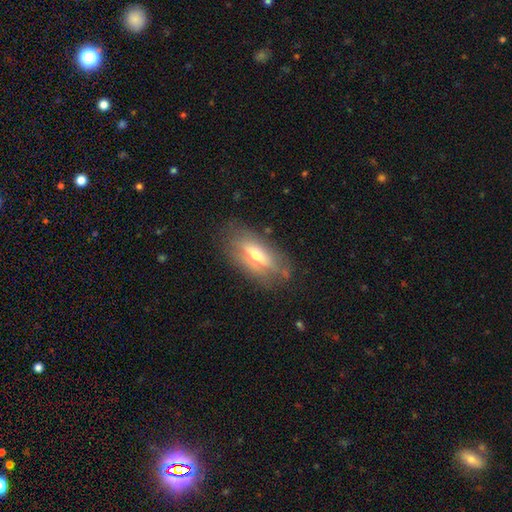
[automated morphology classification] Smooth or featured? Predicted: featured or disk (p=0.52). Edge-on disk? Predicted: yes (p=0.60). Merging? Predicted: none (p=0.74).